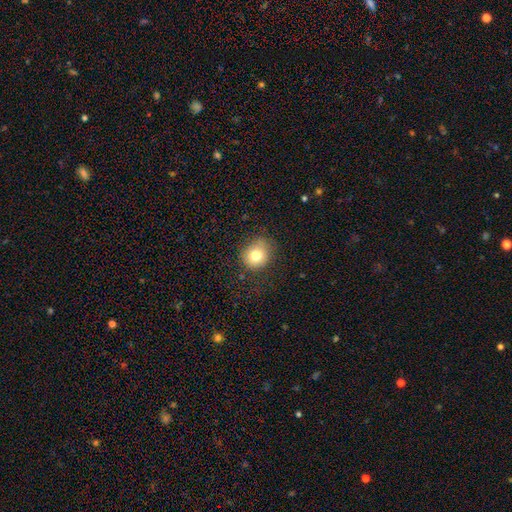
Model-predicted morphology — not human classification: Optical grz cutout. It shows a smooth galaxy with no disk features (78%) that is round (75%). Merging: none (73%).